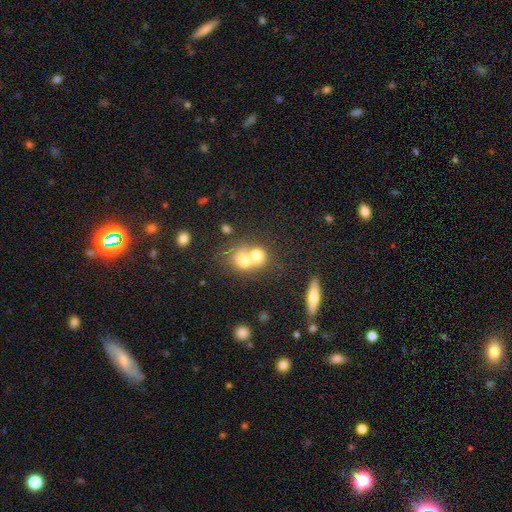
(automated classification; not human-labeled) Smooth or featured: smooth — 69% (featured or disk — 21%)
How rounded: round — 61% (in between — 38%)
Merging: merger — 71% (none — 20%)